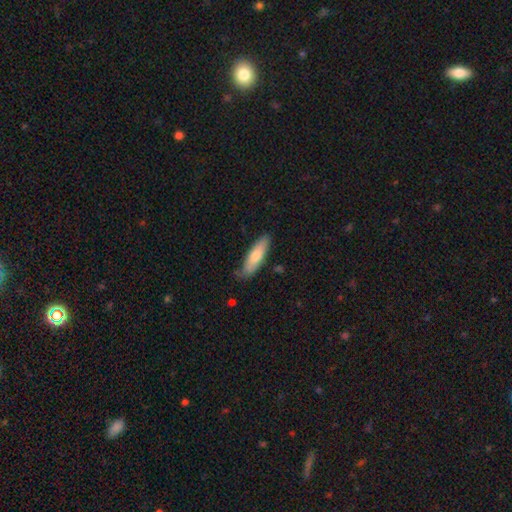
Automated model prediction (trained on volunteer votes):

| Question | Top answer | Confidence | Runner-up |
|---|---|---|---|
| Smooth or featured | smooth | 72% | featured or disk (22%) |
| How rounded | cigar-shaped | 59% | in between (39%) |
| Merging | none | 77% | minor disturbance (18%) |